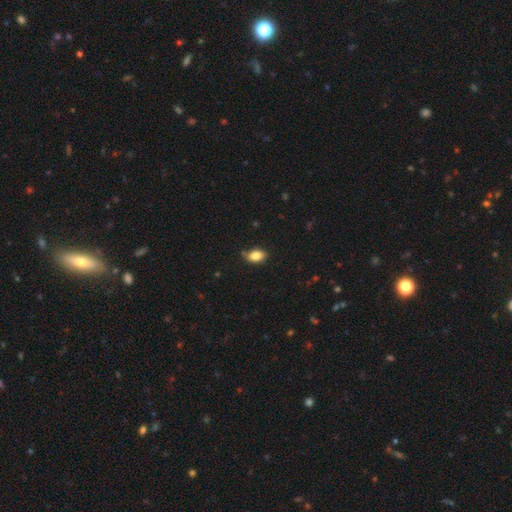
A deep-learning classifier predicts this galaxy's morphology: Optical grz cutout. It shows a smooth galaxy with no disk features (84%) that is in between round and cigar-shaped (84%). Merging: none (76%).